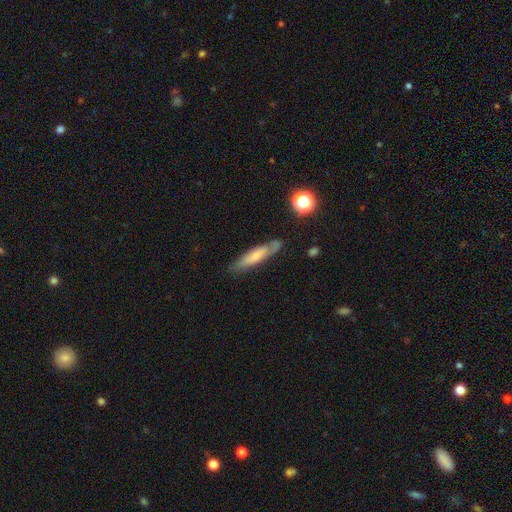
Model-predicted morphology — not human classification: Smooth or featured? Predicted: smooth (p=0.57). How rounded? Predicted: cigar-shaped (p=0.81). Merging? Predicted: none (p=0.76).